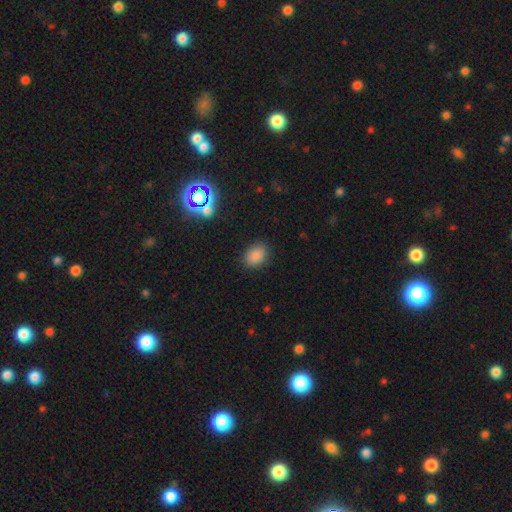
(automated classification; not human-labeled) Q: Smooth or featured?
A: smooth (83%); runner-up: star or artifact (12%)
Q: How rounded?
A: in between (67%); runner-up: round (32%)
Q: Merging?
A: none (85%); runner-up: minor disturbance (11%)